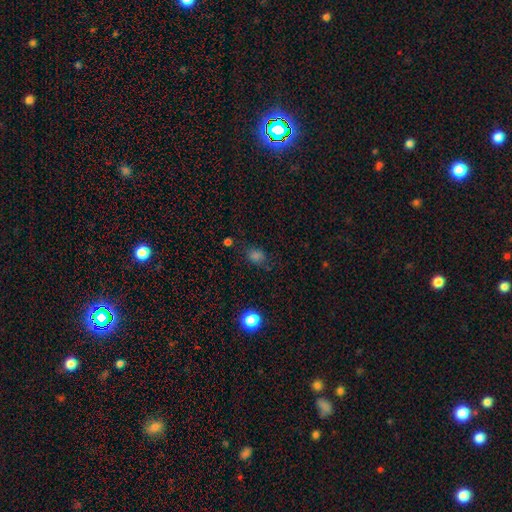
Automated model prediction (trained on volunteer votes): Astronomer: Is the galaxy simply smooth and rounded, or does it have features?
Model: smooth — 71%.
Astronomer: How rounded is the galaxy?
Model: round — 49%, tied with in between at 49%.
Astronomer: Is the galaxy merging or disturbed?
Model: none — 72%.